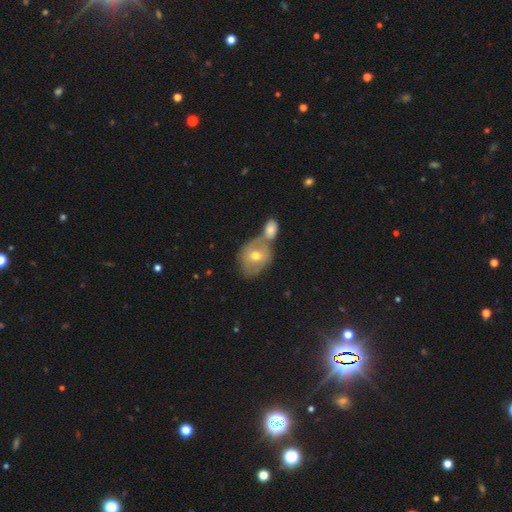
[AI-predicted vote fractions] A smooth galaxy with no disk features (50%). Merging: merger (52%).